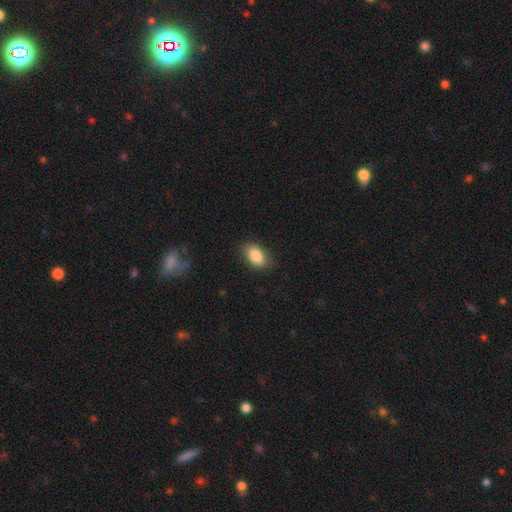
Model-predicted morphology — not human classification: This is clearly a smooth galaxy (86%). How rounded: clearly in between (90%). Merging: clearly none (83%).